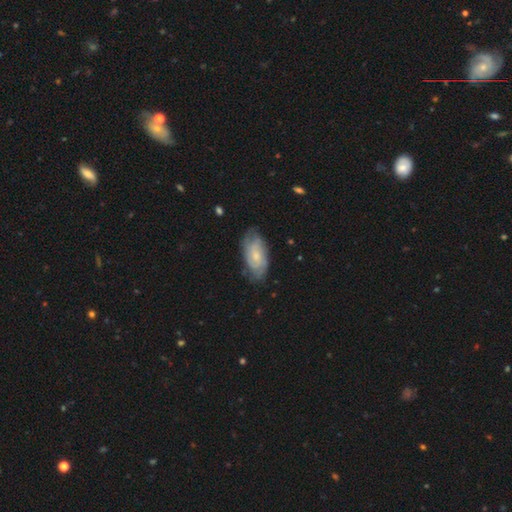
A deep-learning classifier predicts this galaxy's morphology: Smooth or featured: featured or disk — 63% (smooth — 30%)
Edge-on disk: no — 94% (yes — 6%)
Bar: no — 62% (weak — 33%)
Spiral arms: yes — 89% (no — 11%)
Spiral winding: tight — 52% (medium — 36%)
Spiral arm count: can't tell — 39% (2 — 34%)
Bulge size: small — 54% (moderate — 34%)
Merging: none — 72% (minor disturbance — 21%)